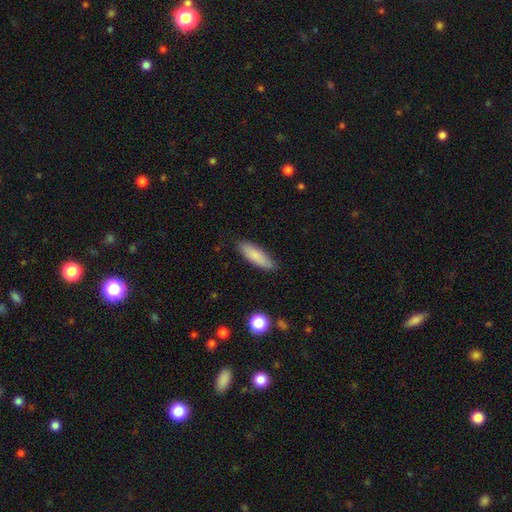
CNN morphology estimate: A smooth galaxy with no disk features (85%) that is cigar-shaped (50%). Merging: none (84%).